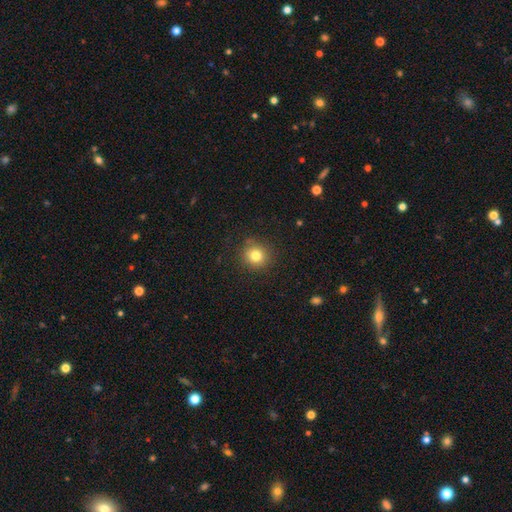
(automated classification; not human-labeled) smooth_or_featured: smooth (p=0.80) [alt: star or artifact p=0.12]
how_rounded: round (p=0.92) [alt: in between p=0.07]
merging: none (p=0.86) [alt: minor disturbance p=0.10]